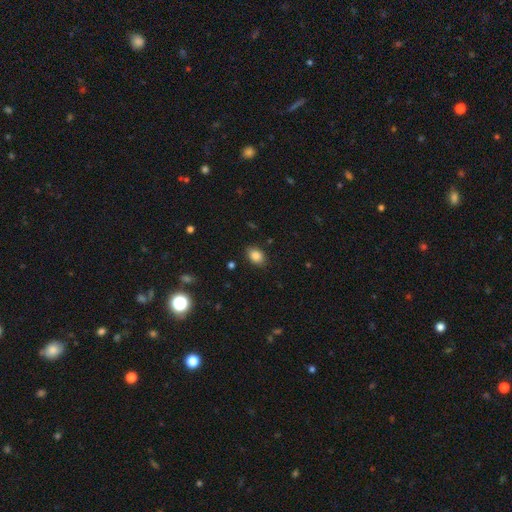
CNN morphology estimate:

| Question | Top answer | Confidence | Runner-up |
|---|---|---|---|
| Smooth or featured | smooth | 85% | star or artifact (10%) |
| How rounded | in between | 76% | round (23%) |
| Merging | none | 86% | minor disturbance (10%) |